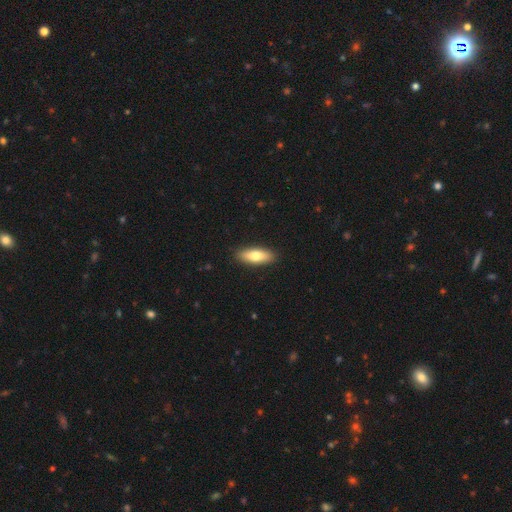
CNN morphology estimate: Q: Smooth or featured?
A: smooth (75%); runner-up: featured or disk (19%)
Q: How rounded?
A: in between (66%); runner-up: cigar-shaped (32%)
Q: Merging?
A: none (89%); runner-up: minor disturbance (8%)